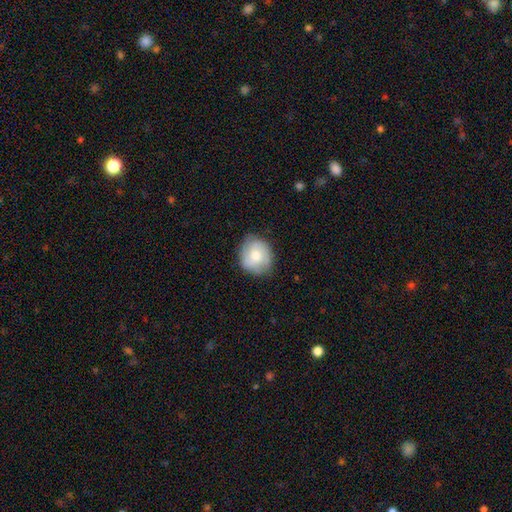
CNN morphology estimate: smooth 52%, featured or disk 41%, star or artifact 7%. Down the decision tree: how rounded — round (74%); merging — none (75%).